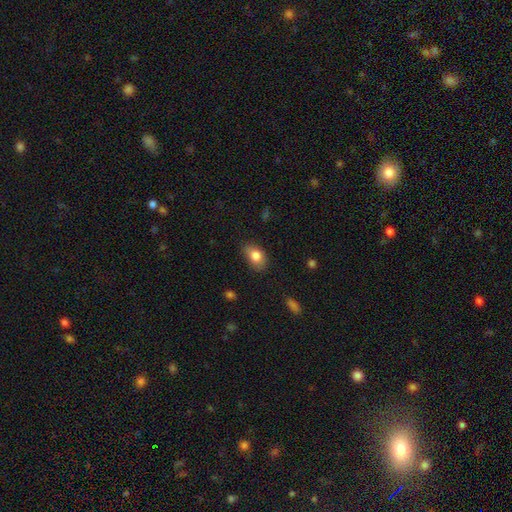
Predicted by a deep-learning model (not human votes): Overall: smooth (82%). How rounded: in between (82%). Merging: none (73%).